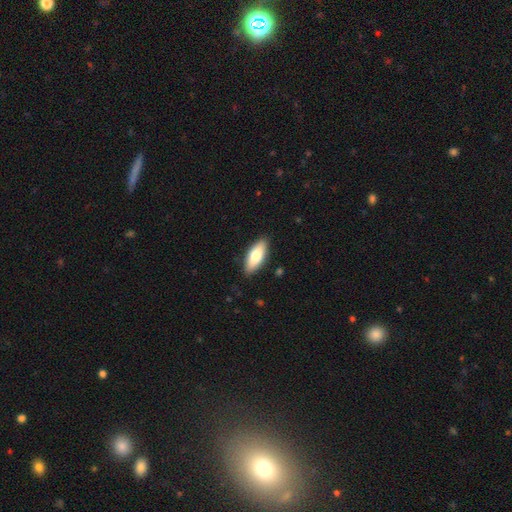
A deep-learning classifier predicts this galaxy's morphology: The model was most divided on "smooth or featured": smooth: 76%, featured or disk: 18%, star or artifact: 6%. More confident: merging — none (87%); how rounded — in between (79%).